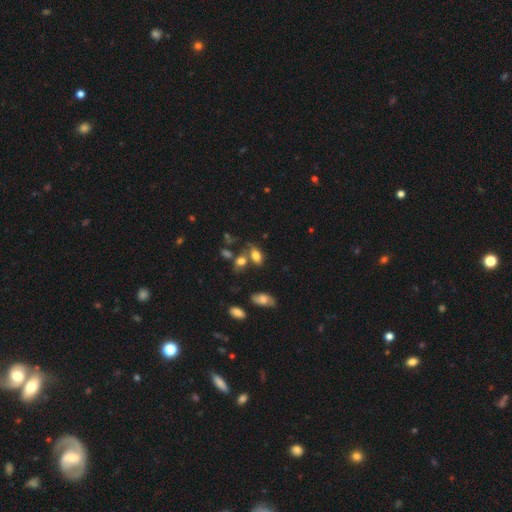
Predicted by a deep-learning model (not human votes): smooth_or_featured: smooth (p=0.74) [alt: featured or disk p=0.14]
how_rounded: in between (p=0.85) [alt: round p=0.10]
merging: none (p=0.46) [alt: merger p=0.25]